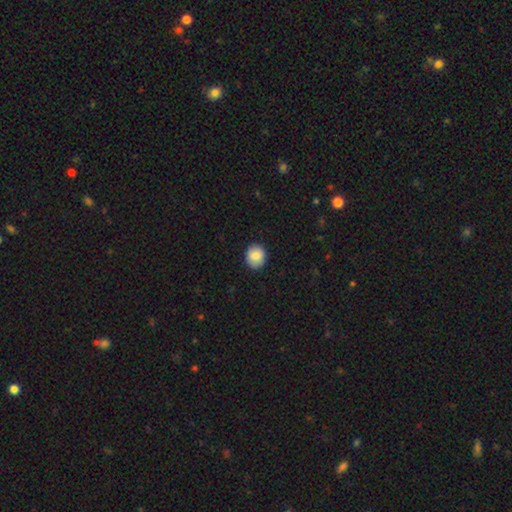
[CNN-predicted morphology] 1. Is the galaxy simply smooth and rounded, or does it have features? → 85% smooth, 8% featured or disk, 7% star or artifact.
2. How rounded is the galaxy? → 81% round, 18% in between, 1% cigar-shaped.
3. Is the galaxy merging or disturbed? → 89% none, 8% minor disturbance, 2% major disturbance, 1% merger.